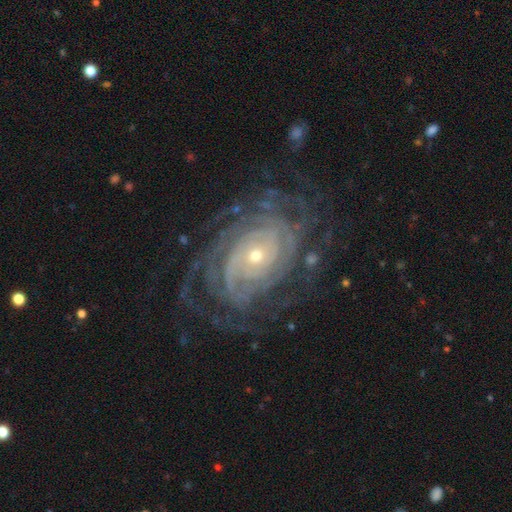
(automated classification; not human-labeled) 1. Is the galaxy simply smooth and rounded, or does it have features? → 89% featured or disk, 6% star or artifact, 5% smooth.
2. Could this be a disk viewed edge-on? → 96% no, 4% yes.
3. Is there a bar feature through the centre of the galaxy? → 76% no, 16% weak, 8% strong.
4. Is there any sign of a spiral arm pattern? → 97% yes, 3% no.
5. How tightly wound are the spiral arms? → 81% tight, 15% medium, 4% loose.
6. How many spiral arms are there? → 31% can't tell, 23% more than 4, 17% 4, 12% 2, 11% 3, 7% 1.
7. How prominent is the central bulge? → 68% small, 28% moderate, 2% large, 1% none, 1% dominant.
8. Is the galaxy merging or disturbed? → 74% none, 15% minor disturbance, 9% major disturbance, 1% merger.